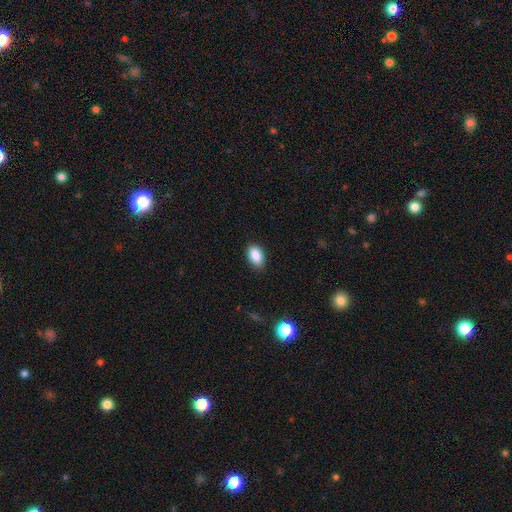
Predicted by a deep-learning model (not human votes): Smooth or featured: smooth — 87% (star or artifact — 8%)
How rounded: in between — 92% (round — 7%)
Merging: none — 88% (minor disturbance — 9%)